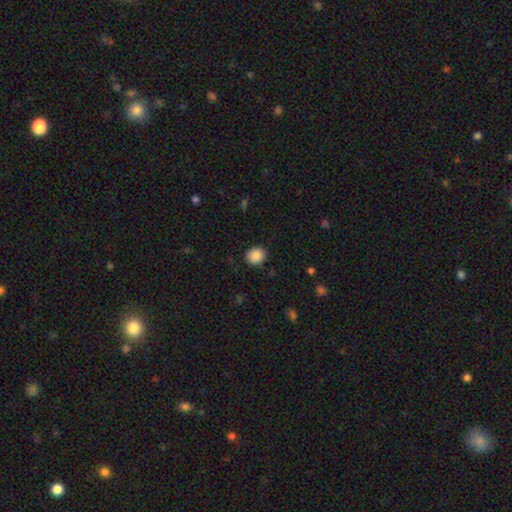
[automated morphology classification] type=smooth (88%); roundness=round (75%); merging=none (89%).